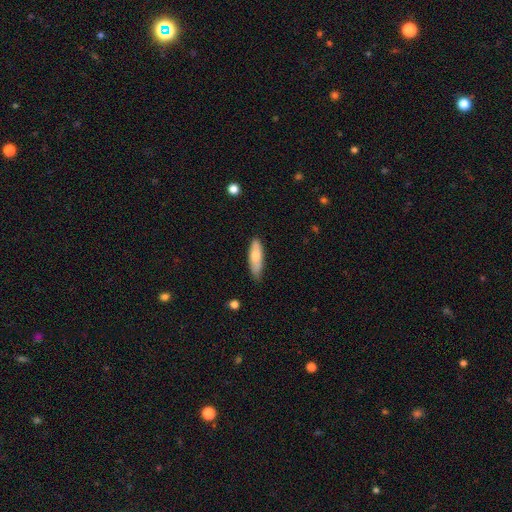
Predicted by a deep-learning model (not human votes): A smooth galaxy with no disk features (74%) that is in between round and cigar-shaped (50%). Merging: none (71%).